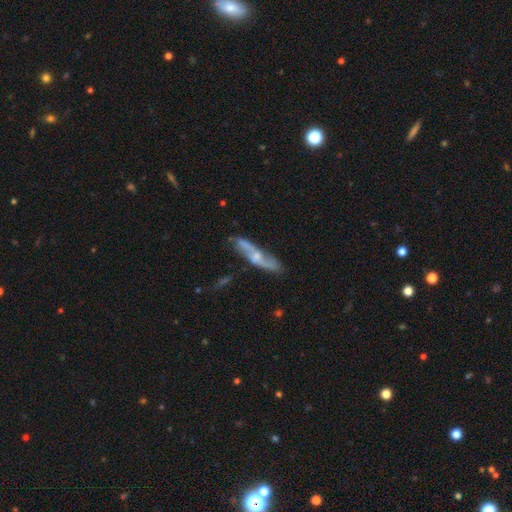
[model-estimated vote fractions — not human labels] Morphology: type=featured or disk (70%); edge-on=no (63%); merging=none (70%).